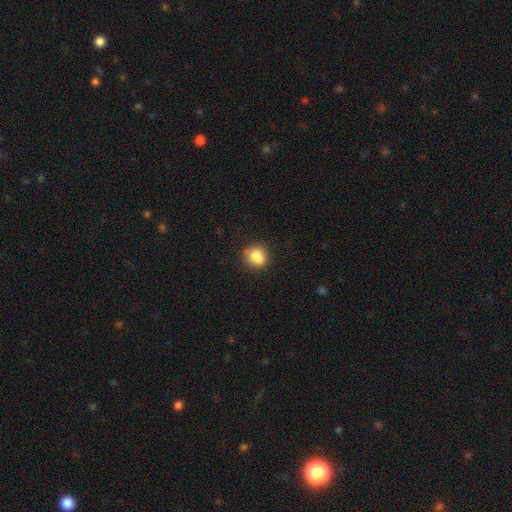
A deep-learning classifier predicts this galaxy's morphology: Smooth or featured: smooth — 83% (star or artifact — 9%)
How rounded: round — 75% (in between — 24%)
Merging: none — 72% (minor disturbance — 18%)